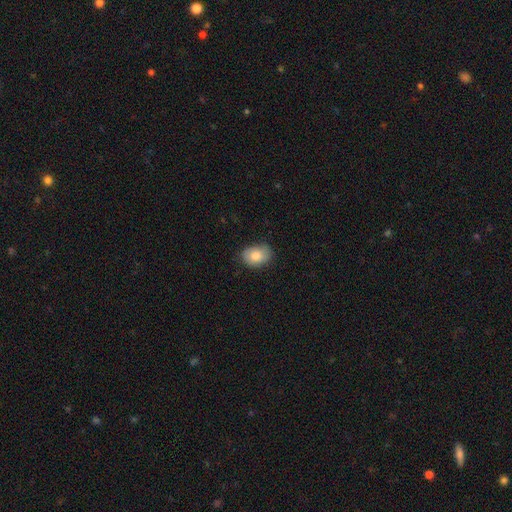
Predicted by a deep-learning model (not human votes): Smooth or featured? smooth (81%)
How rounded? in between (76%)
Merging? none (74%)